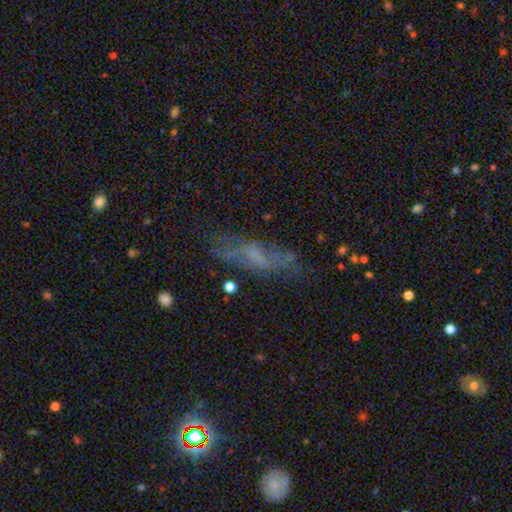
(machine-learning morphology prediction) A featured or disk galaxy (47%).

Vote fractions:
- Smooth or featured? featured or disk: 47% / smooth: 40% / star or artifact: 13%
- Merging? none: 62% / minor disturbance: 21% / major disturbance: 14% / merger: 3%